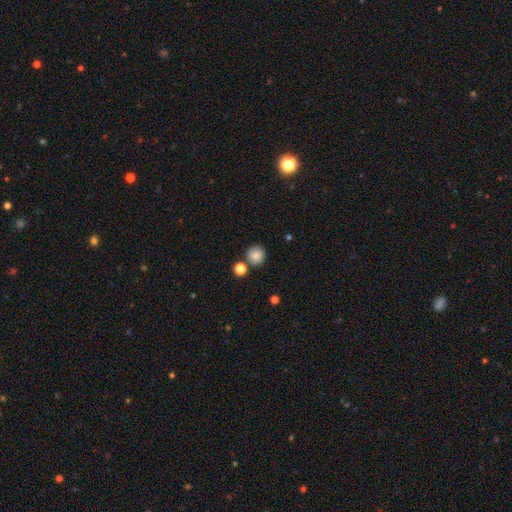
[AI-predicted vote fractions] Smooth or featured? smooth (82%)
How rounded? round (92%)
Merging? none (79%)